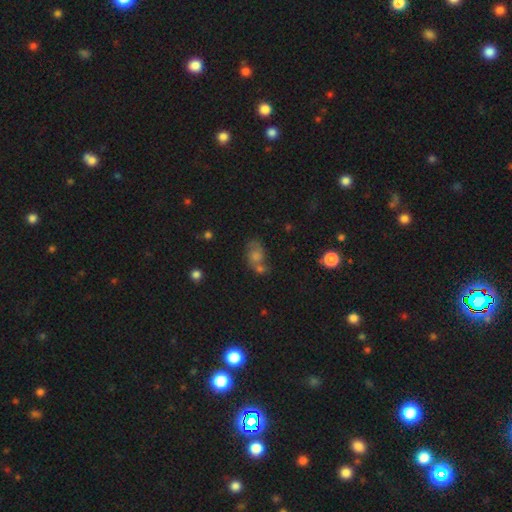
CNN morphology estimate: smooth 54%, featured or disk 25%, star or artifact 21%. Down the decision tree: how rounded — in between (66%); merging — merger (37%, tied with none).